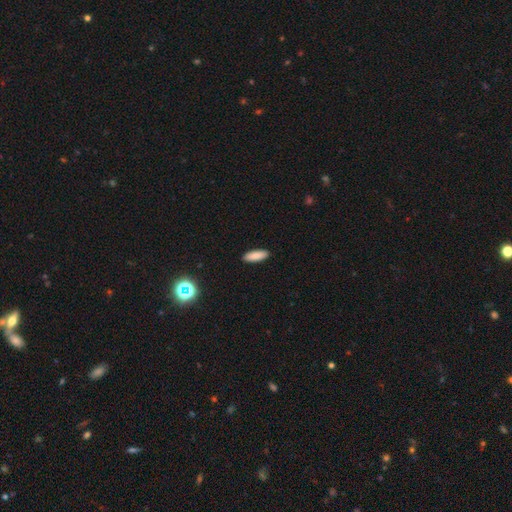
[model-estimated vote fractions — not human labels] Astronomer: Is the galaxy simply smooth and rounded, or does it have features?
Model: smooth — 87%.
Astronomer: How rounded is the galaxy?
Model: in between — 55% (runner-up: cigar-shaped, 44%).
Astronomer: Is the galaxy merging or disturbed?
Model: none — 91%.